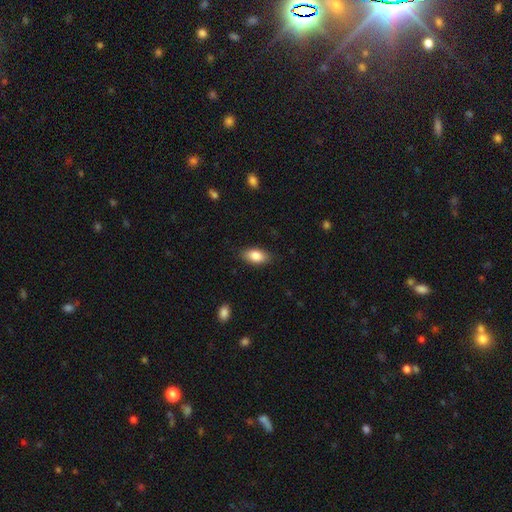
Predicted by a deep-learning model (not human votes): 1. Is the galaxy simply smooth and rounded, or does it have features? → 85% smooth, 8% featured or disk, 7% star or artifact.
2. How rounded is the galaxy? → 91% in between, 5% round, 5% cigar-shaped.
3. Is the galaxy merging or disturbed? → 85% none, 12% minor disturbance, 3% major disturbance, 1% merger.